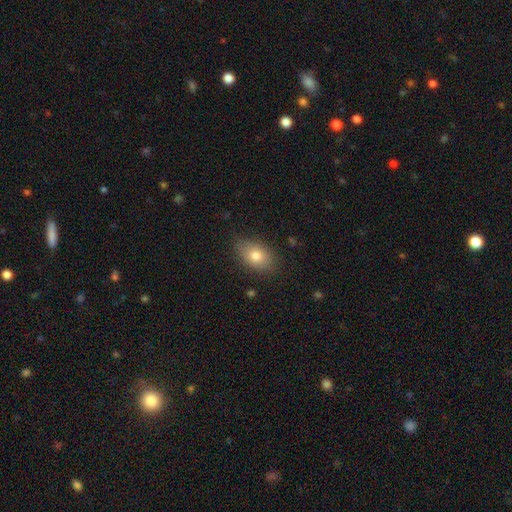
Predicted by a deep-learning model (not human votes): Q: Smooth or featured?
A: smooth (79%); runner-up: featured or disk (13%)
Q: How rounded?
A: in between (85%); runner-up: round (13%)
Q: Merging?
A: none (81%); runner-up: minor disturbance (15%)